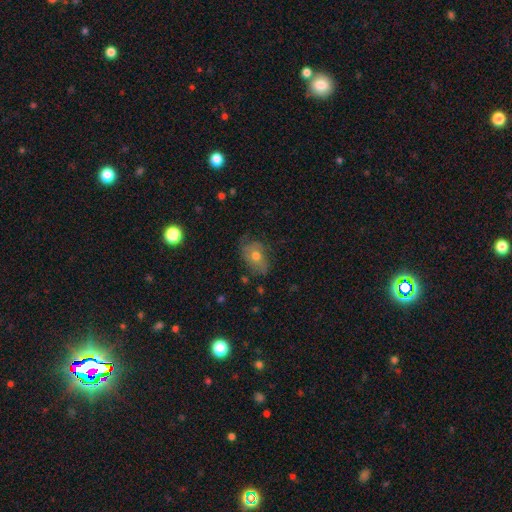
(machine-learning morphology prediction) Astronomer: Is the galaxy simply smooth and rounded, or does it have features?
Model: smooth — 61%.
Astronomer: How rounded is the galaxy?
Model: in between — 75%.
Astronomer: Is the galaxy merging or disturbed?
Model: none — 57%.